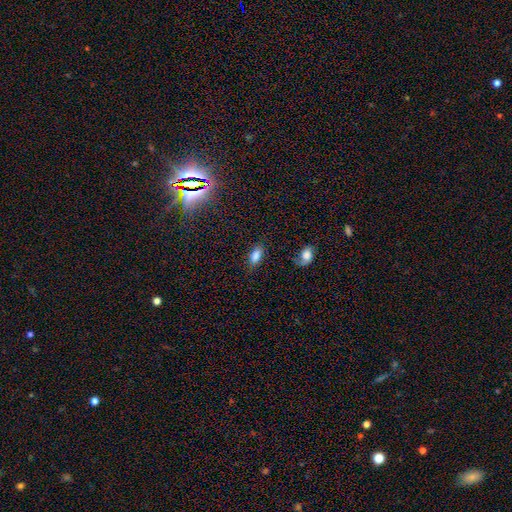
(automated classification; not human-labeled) A smooth galaxy with no disk features (83%) that is in between round and cigar-shaped (89%).

Vote fractions:
- Smooth or featured? smooth: 83% / star or artifact: 9% / featured or disk: 8%
- How rounded? in between: 89% / cigar-shaped: 6% / round: 5%
- Merging? none: 78% / minor disturbance: 14% / major disturbance: 5% / merger: 3%